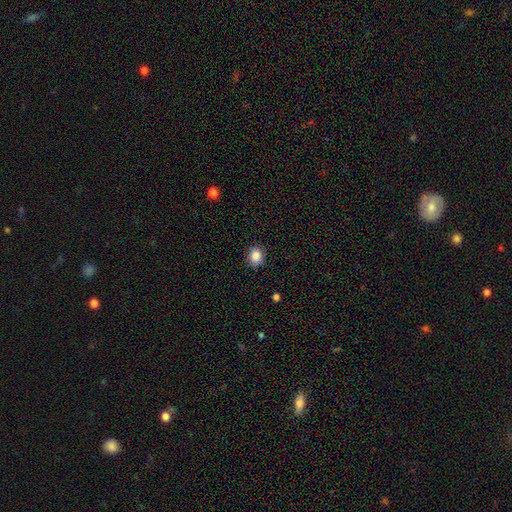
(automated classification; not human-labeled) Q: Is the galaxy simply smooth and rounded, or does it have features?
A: smooth — 86%.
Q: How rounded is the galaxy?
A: round — 67%.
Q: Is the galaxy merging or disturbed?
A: none — 87%.